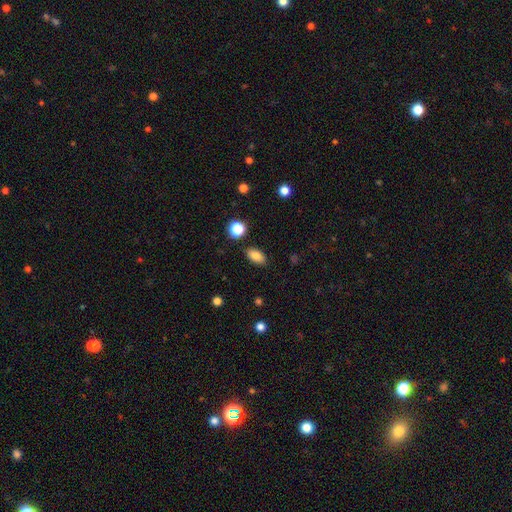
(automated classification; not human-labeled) Smooth or featured? Predicted: smooth (p=0.85). How rounded? Predicted: in between (p=0.89). Merging? Predicted: none (p=0.87).